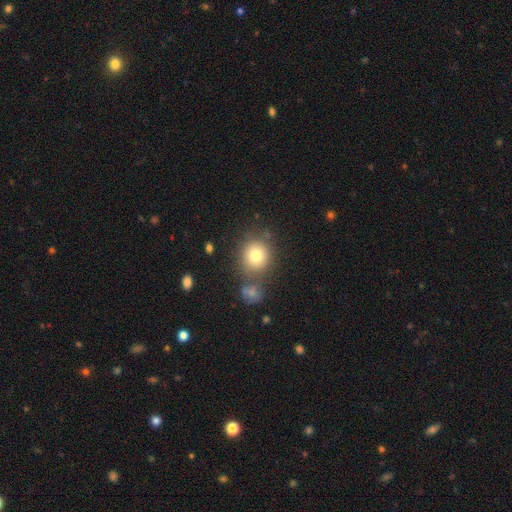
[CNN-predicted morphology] smooth_or_featured: smooth (p=0.79) [alt: star or artifact p=0.11]
how_rounded: round (p=0.86) [alt: in between p=0.13]
merging: none (p=0.68) [alt: merger p=0.16]